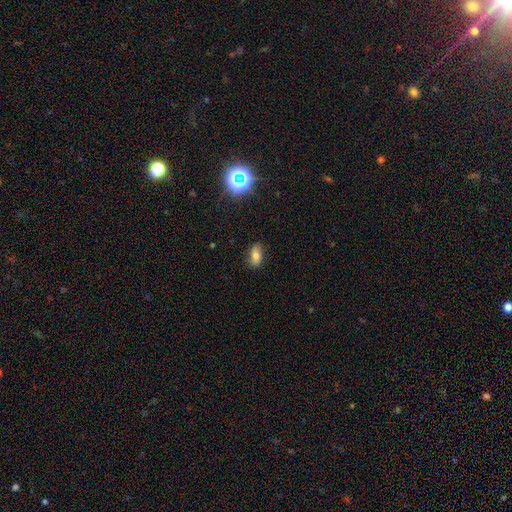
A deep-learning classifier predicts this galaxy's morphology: Smooth or featured: smooth — 73% (star or artifact — 14%)
How rounded: in between — 88% (round — 7%)
Merging: none — 84% (minor disturbance — 12%)